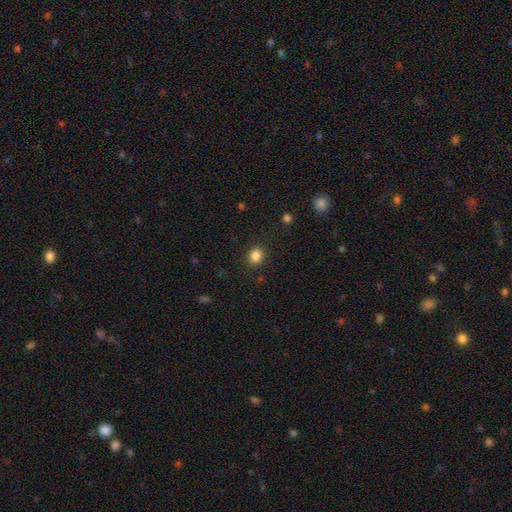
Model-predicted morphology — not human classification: Smooth or featured? smooth (85%)
How rounded? round (62%)
Merging? none (88%)